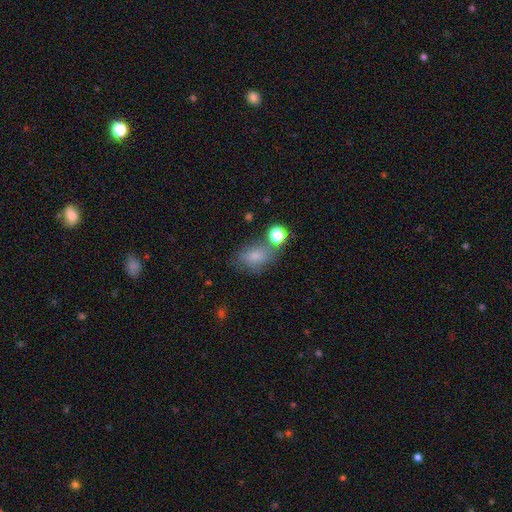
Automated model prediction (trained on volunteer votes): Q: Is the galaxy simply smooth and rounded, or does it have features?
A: smooth — 74%.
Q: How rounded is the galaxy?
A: in between — 77%.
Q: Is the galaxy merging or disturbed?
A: none — 53%.